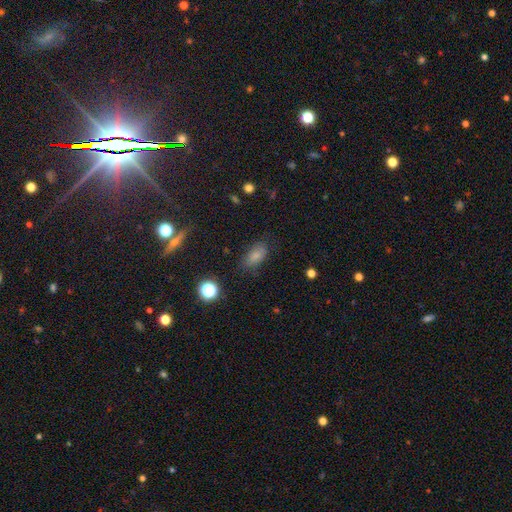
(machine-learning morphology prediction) A smooth galaxy with no disk features (78%) that is in between round and cigar-shaped (88%). Merging: none (74%).